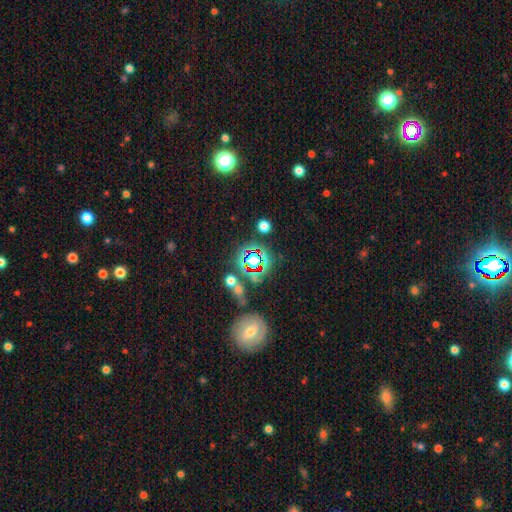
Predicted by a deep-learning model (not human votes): Smooth or featured?
  - star or artifact: 63% *
  - smooth: 24%
  - featured or disk: 13%